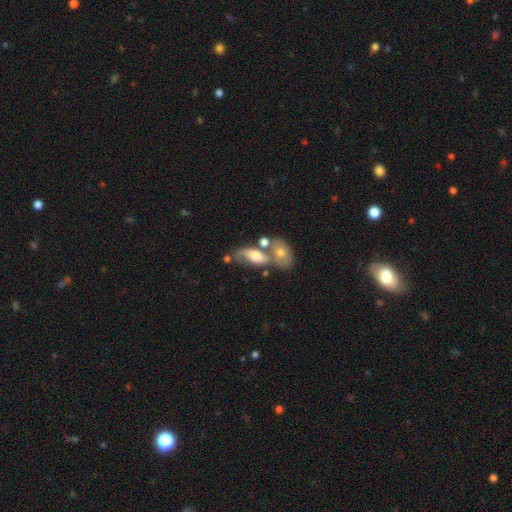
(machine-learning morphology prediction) This is possibly a featured or disk galaxy (52%). It is clearly not viewed edge-on (88%). Merging: possibly merger (45%).